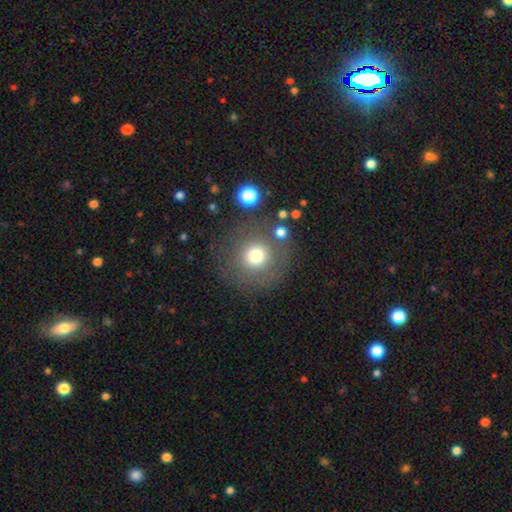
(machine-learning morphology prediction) smooth 74%, star or artifact 13%, featured or disk 13%. Down the decision tree: how rounded — round (94%); merging — none (78%).